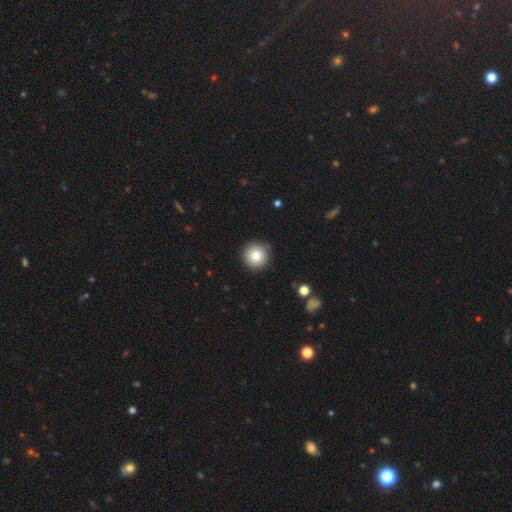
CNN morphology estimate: Smooth or featured?
  - smooth: 81% *
  - star or artifact: 10%
  - featured or disk: 9%
How rounded?
  - round: 96% *
  - in between: 3%
  - cigar-shaped: 1%
Merging?
  - none: 90% *
  - minor disturbance: 7%
  - major disturbance: 2%
  - merger: 1%